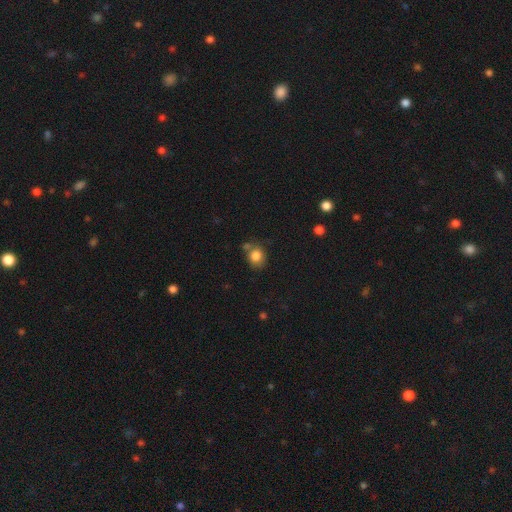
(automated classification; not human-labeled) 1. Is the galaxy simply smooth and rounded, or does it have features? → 84% smooth, 10% star or artifact, 6% featured or disk.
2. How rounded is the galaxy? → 69% round, 30% in between, 1% cigar-shaped.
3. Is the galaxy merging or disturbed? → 63% none, 16% minor disturbance, 15% merger, 5% major disturbance.